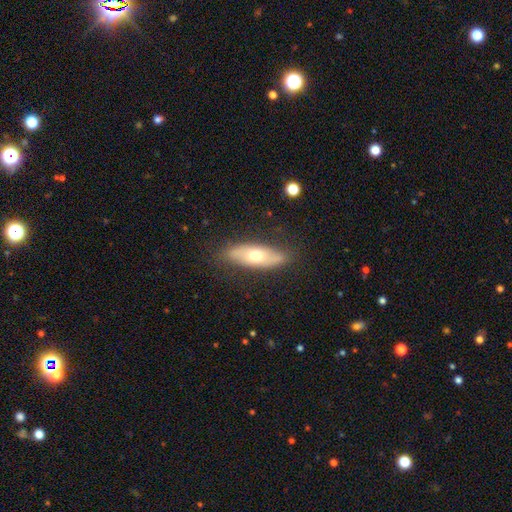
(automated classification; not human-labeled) smooth 52%, featured or disk 42%, star or artifact 6%. Down the decision tree: how rounded — in between (61%); merging — none (81%).